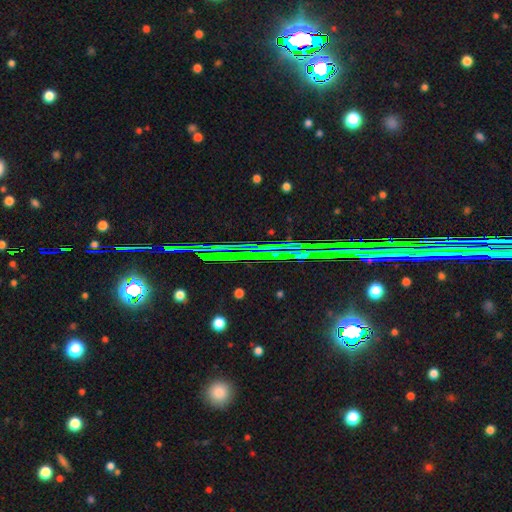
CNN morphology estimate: star or artifact 82%, smooth 9%, featured or disk 9%.